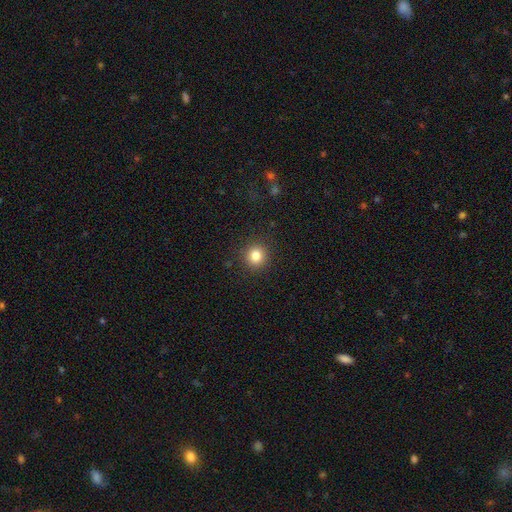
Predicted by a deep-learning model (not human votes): smooth_or_featured: smooth (p=0.83) [alt: star or artifact p=0.12]
how_rounded: round (p=0.91) [alt: in between p=0.08]
merging: none (p=0.90) [alt: minor disturbance p=0.06]